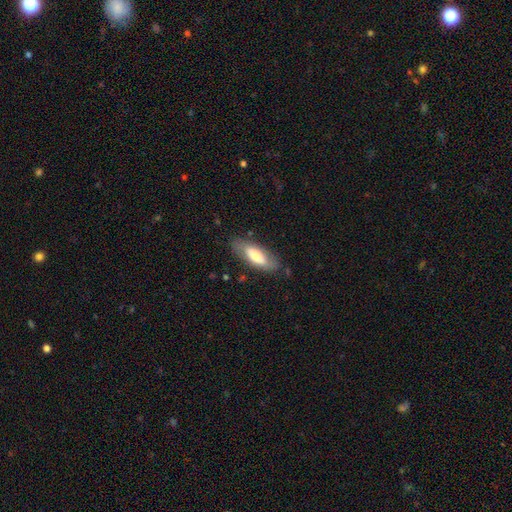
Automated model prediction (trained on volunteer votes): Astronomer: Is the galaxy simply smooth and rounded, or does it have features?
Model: smooth — 64%.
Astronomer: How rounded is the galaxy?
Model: in between — 71%.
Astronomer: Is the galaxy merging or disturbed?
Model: none — 78%.